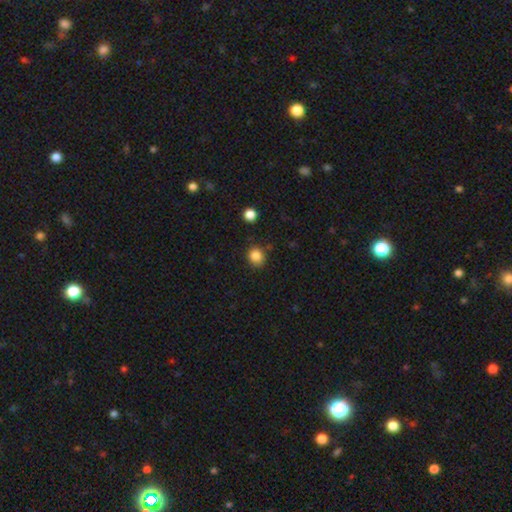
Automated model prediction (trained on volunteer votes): A smooth galaxy with no disk features (85%) that is round (81%).

Vote fractions:
- Smooth or featured? smooth: 85% / star or artifact: 11% / featured or disk: 4%
- How rounded? round: 81% / in between: 18% / cigar-shaped: 1%
- Merging? none: 82% / minor disturbance: 12% / merger: 3% / major disturbance: 3%